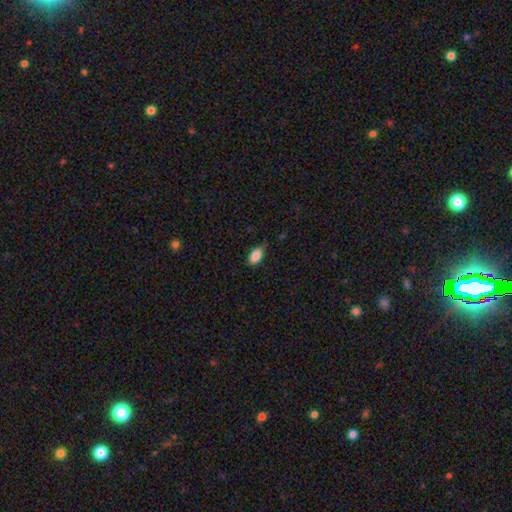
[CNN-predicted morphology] A smooth galaxy with no disk features (85%) that is in between round and cigar-shaped (90%).

Vote fractions:
- Smooth or featured? smooth: 85% / star or artifact: 8% / featured or disk: 7%
- How rounded? in between: 90% / round: 7% / cigar-shaped: 3%
- Merging? none: 64% / minor disturbance: 30% / major disturbance: 5% / merger: 2%